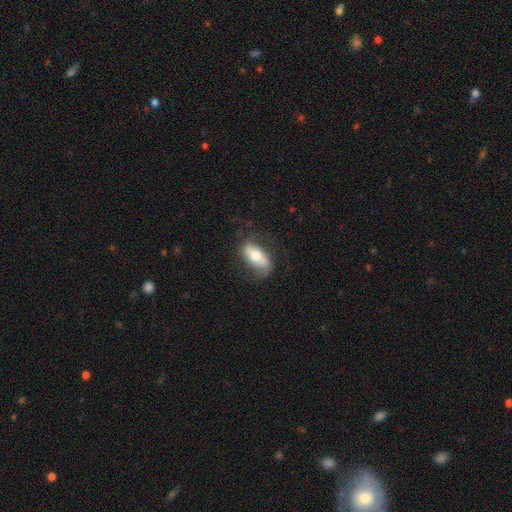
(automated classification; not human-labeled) A featured or disk galaxy (47%, tied with smooth). Merging: none (70%).